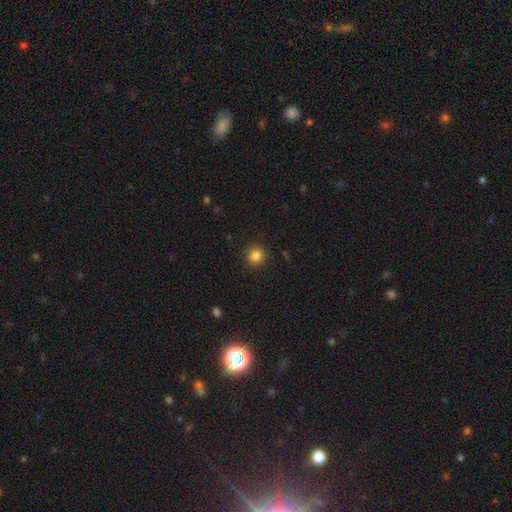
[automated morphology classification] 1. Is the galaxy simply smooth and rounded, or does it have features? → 84% smooth, 12% star or artifact, 4% featured or disk.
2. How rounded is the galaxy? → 95% round, 4% in between, 1% cigar-shaped.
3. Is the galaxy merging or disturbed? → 92% none, 5% minor disturbance, 2% major disturbance, 1% merger.